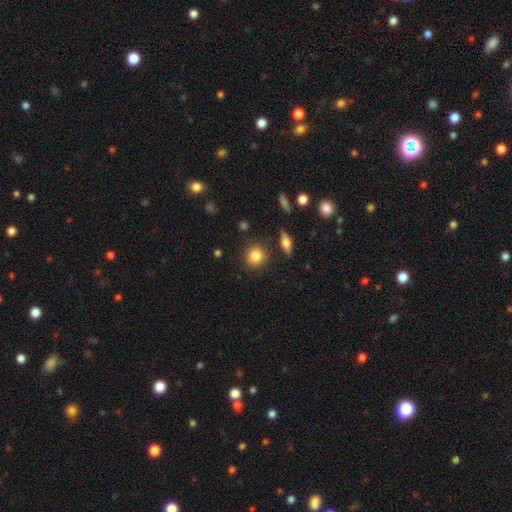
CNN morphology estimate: This is clearly a smooth galaxy (83%). How rounded: clearly round (86%). Merging: clearly none (85%).